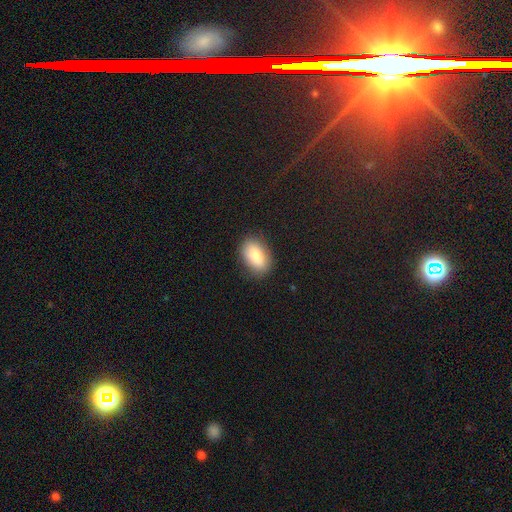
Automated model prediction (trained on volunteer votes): This is clearly a smooth galaxy (84%). How rounded: clearly in between (90%). Merging: clearly none (86%).